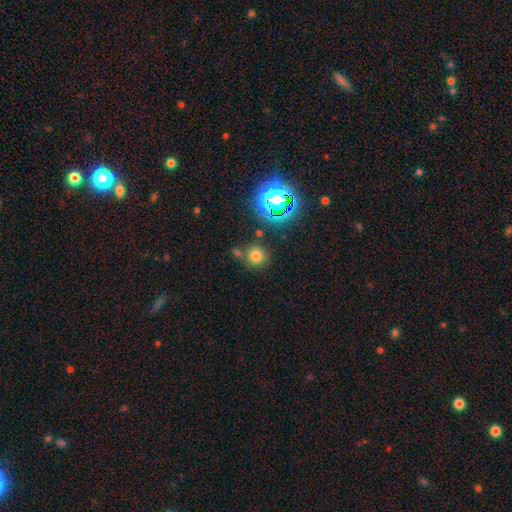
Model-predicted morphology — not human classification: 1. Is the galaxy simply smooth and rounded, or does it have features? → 68% smooth, 24% star or artifact, 8% featured or disk.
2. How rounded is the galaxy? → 87% round, 12% in between, 1% cigar-shaped.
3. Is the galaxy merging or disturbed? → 73% none, 12% merger, 11% minor disturbance, 4% major disturbance.